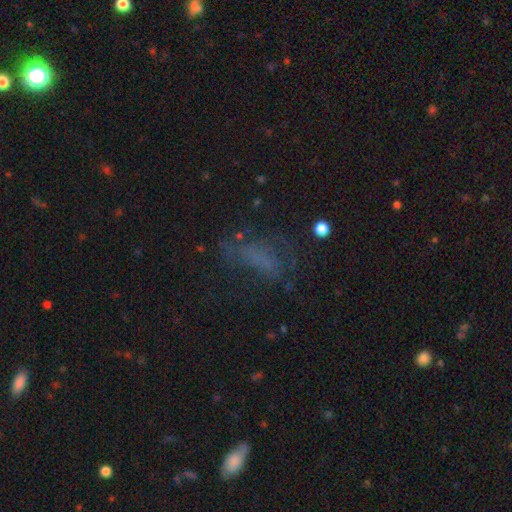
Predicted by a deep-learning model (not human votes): Morphology: type=smooth (47%); merging=none (50%).